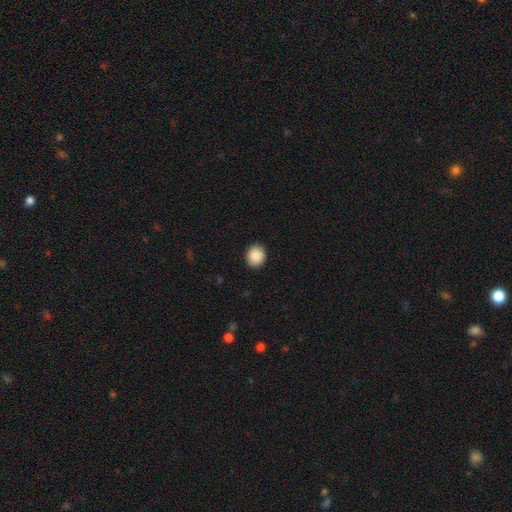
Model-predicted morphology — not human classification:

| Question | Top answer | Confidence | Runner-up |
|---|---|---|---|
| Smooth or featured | smooth | 89% | star or artifact (8%) |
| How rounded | round | 72% | in between (27%) |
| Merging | none | 91% | minor disturbance (6%) |